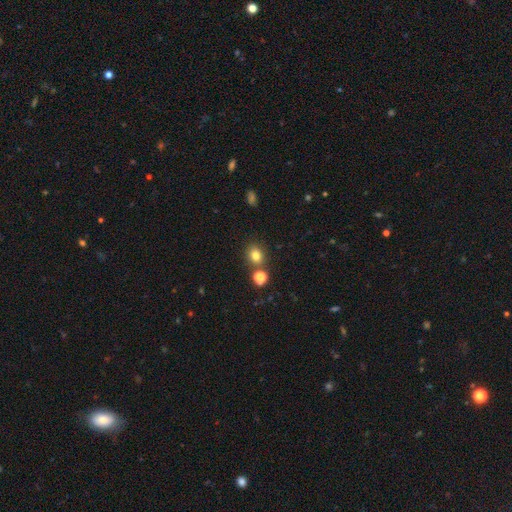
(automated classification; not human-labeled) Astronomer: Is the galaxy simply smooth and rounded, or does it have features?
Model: smooth — 79%.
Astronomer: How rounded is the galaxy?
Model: round — 66%.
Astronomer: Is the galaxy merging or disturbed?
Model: none — 74%.